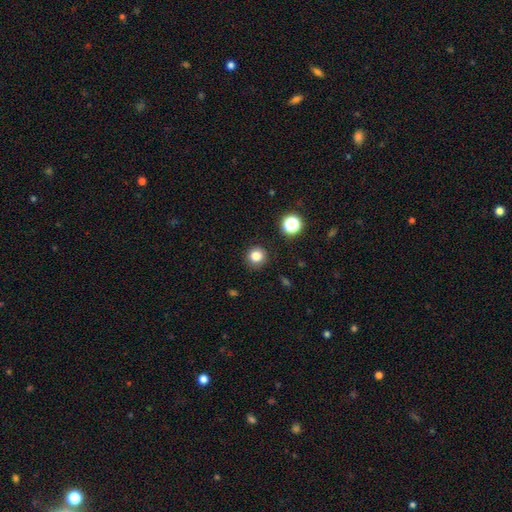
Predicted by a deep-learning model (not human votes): smooth-or-featured: smooth: 82% | star or artifact: 13% | featured or disk: 5%
  how-rounded: round: 92% | in between: 7% | cigar-shaped: 1%
  merging: none: 90% | minor disturbance: 6% | major disturbance: 2% | merger: 1%